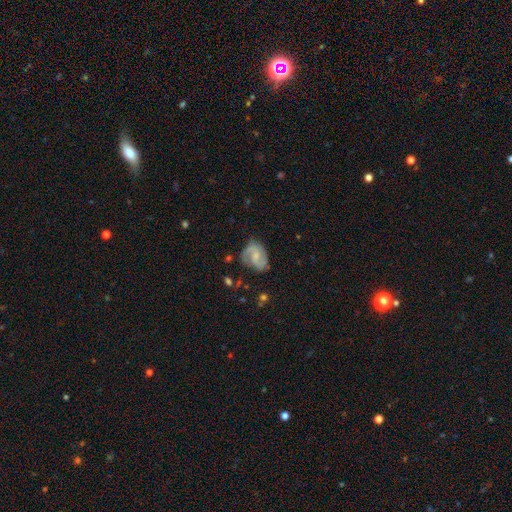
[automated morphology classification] This is likely a featured or disk galaxy (71%). It is clearly not viewed edge-on (98%). Bar: possibly weak (47%). Spiral arm pattern: clearly yes (92%). Spiral arm count: clearly 2 (83%). Spiral winding: possibly medium (50%). Central bulge: possibly small (46%). Merging: likely none (64%).